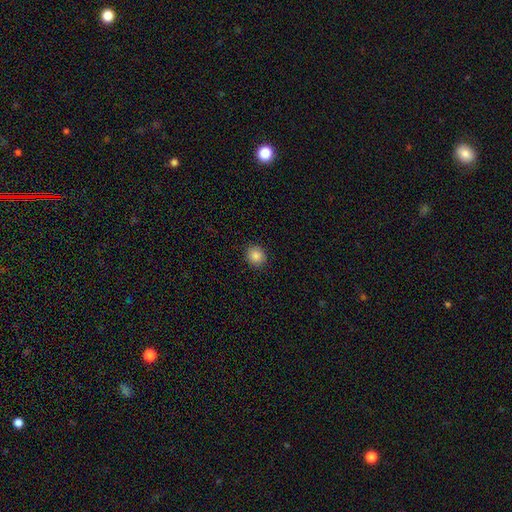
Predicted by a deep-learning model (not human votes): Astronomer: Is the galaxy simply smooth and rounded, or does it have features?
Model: smooth — 86%.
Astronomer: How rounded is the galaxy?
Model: round — 85%.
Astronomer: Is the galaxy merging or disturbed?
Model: none — 91%.